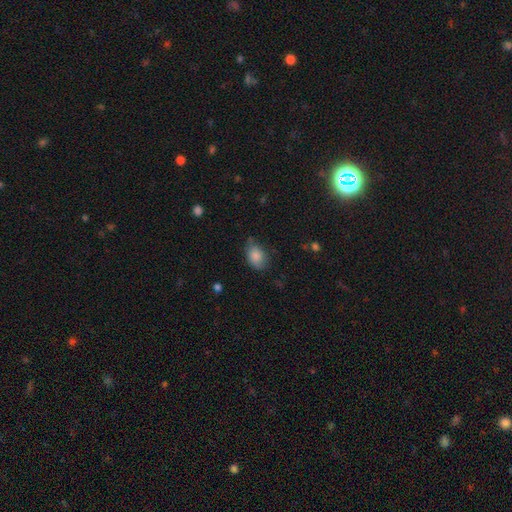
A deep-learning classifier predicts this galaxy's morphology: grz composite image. It shows a smooth galaxy with no disk features (85%) that is in between round and cigar-shaped (80%). Merging: none (63%).